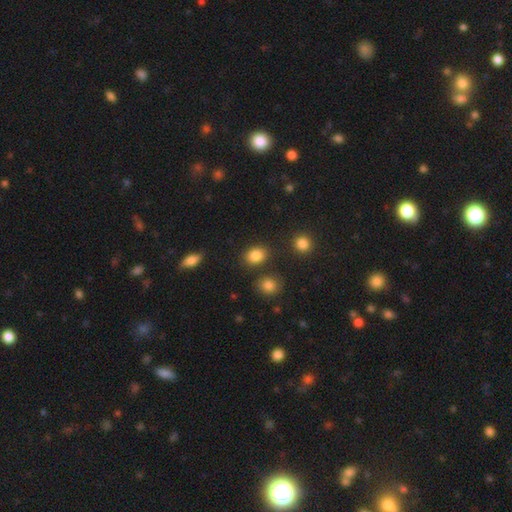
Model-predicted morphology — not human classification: Smooth or featured? smooth (85%)
How rounded? in between (56%)
Merging? none (81%)